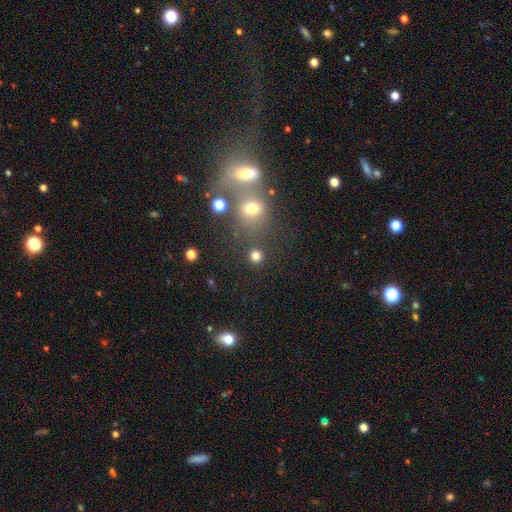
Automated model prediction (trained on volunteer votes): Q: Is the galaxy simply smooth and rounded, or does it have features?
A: smooth — 77%.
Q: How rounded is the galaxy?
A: round — 91%.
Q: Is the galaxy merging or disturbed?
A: none — 81%.